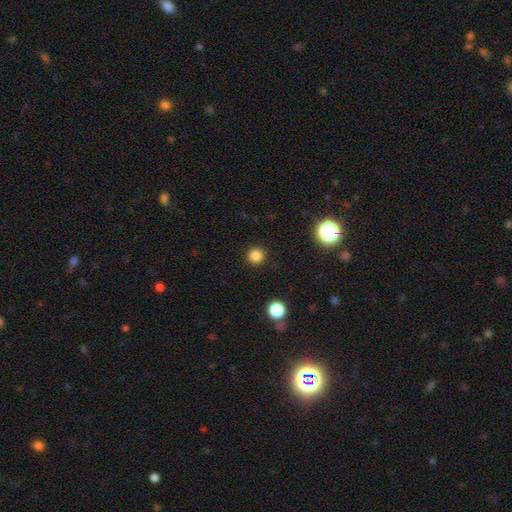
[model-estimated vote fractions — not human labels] Smooth or featured?
  - smooth: 83% *
  - star or artifact: 14%
  - featured or disk: 3%
How rounded?
  - round: 95% *
  - in between: 4%
  - cigar-shaped: 1%
Merging?
  - none: 92% *
  - minor disturbance: 5%
  - major disturbance: 2%
  - merger: 1%